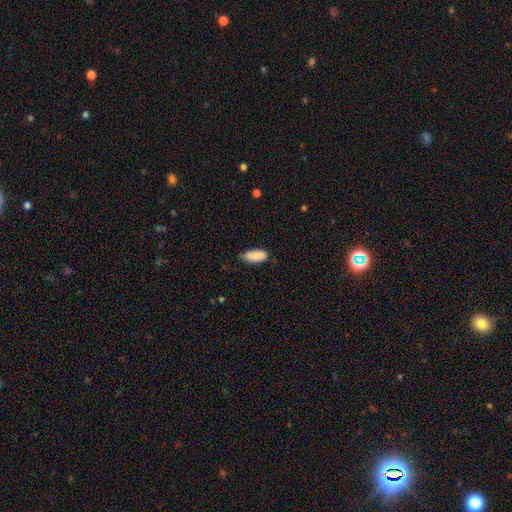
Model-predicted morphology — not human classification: The model was most divided on "merging": none: 68%, minor disturbance: 27%, major disturbance: 4%, merger: 1%. More confident: how rounded — in between (89%); smooth or featured — smooth (88%).